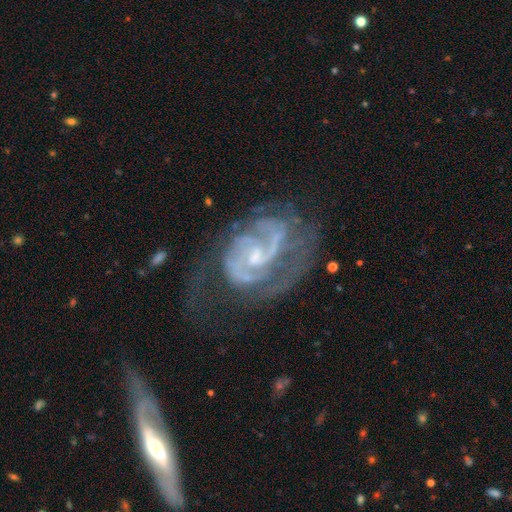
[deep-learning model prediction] This is clearly a featured or disk galaxy (87%). It is clearly not viewed edge-on (98%). Bar: possibly no (48%). Spiral arm pattern: clearly yes (94%). Spiral arm count: possibly 2 (55%). Spiral winding: possibly tight (46%). Central bulge: possibly small (55%). Merging: possibly none (47%).